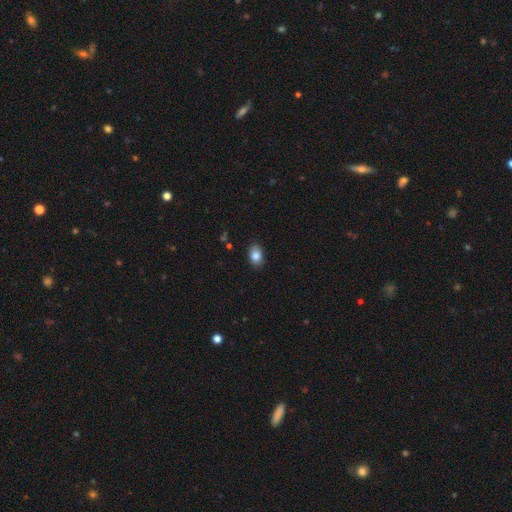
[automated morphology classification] Smooth or featured? smooth (84%)
How rounded? in between (79%)
Merging? none (85%)